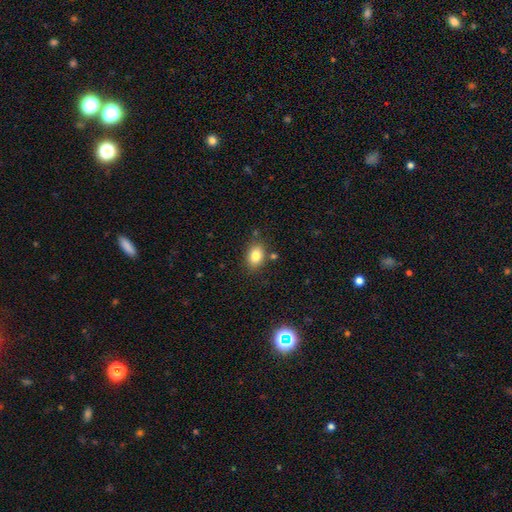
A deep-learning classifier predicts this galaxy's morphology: The model was most divided on "how rounded": in between: 72%, round: 27%, cigar-shaped: 1%. More confident: smooth or featured — smooth (82%); merging — none (79%).